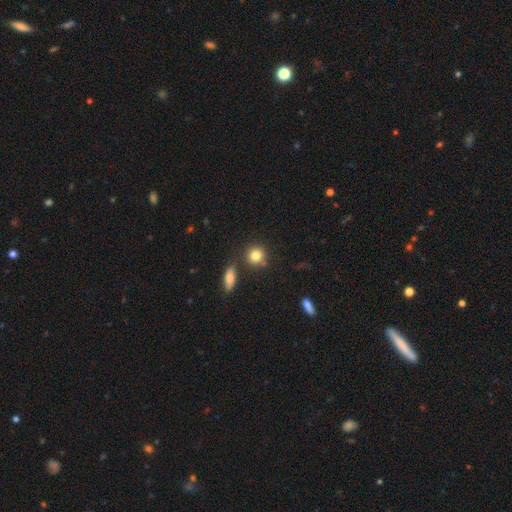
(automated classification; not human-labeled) smooth 82%, star or artifact 10%, featured or disk 8%. Down the decision tree: how rounded — round (85%); merging — none (75%).